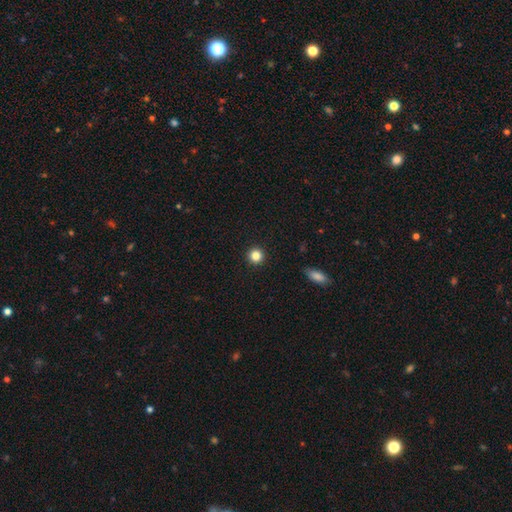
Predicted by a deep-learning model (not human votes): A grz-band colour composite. It shows a smooth galaxy with no disk features (84%) that is round (95%). Merging: none (93%).